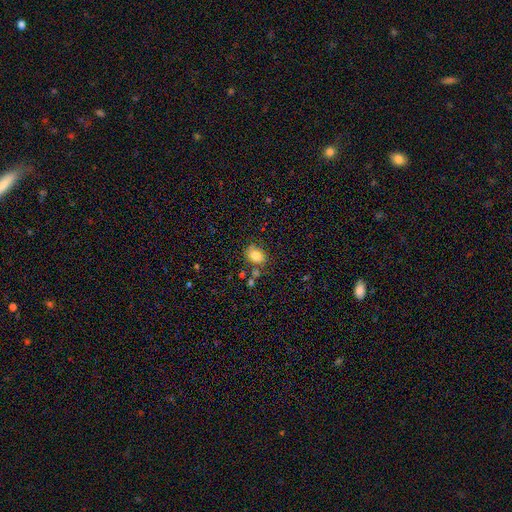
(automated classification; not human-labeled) A smooth galaxy with no disk features (81%) that is in between round and cigar-shaped (64%). Merging: none (70%).